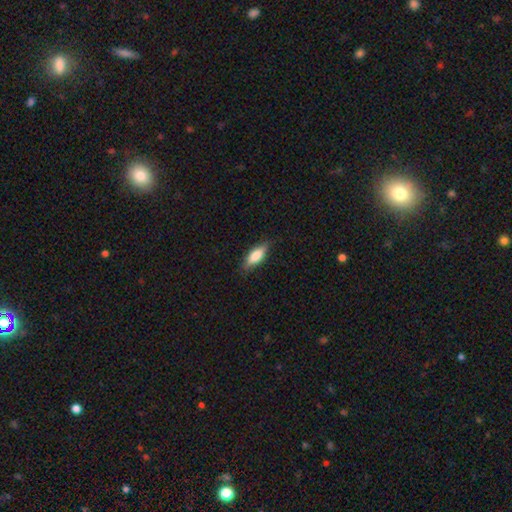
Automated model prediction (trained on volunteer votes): A smooth galaxy with no disk features (78%) that is in between round and cigar-shaped (68%).

Vote fractions:
- Smooth or featured? smooth: 78% / featured or disk: 15% / star or artifact: 6%
- How rounded? in between: 68% / cigar-shaped: 30% / round: 2%
- Merging? none: 83% / minor disturbance: 14% / major disturbance: 3% / merger: 1%